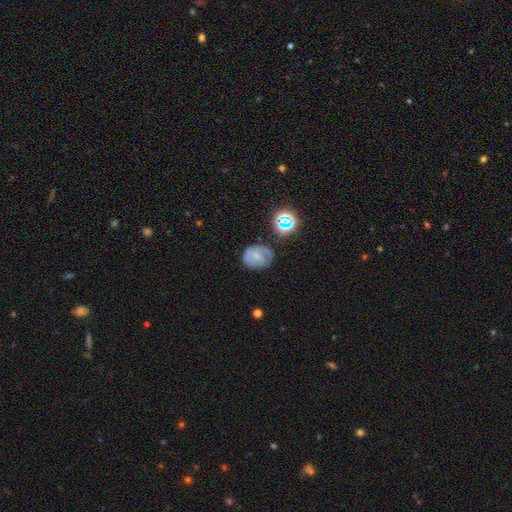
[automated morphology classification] Smooth or featured: featured or disk — 44% (smooth — 43%)
Merging: none — 60% (minor disturbance — 26%)